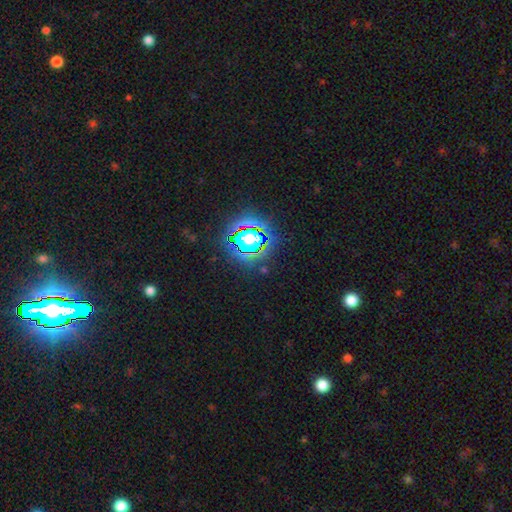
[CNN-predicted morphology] A star or artifact, not a galaxy (82%).